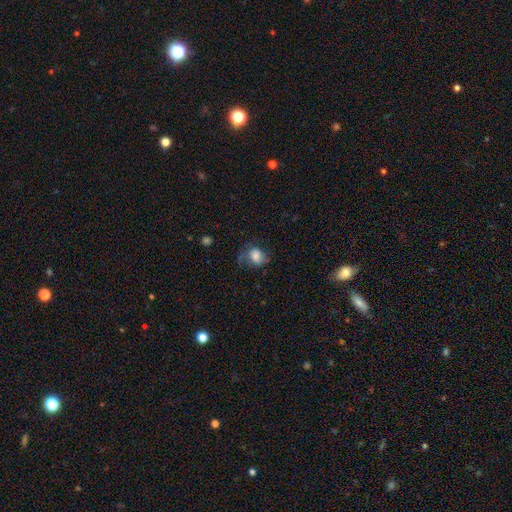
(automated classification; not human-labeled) Overall: smooth (61%; featured or disk 29%). How rounded: in between (51%; round 48%). Merging: none (43%; major disturbance 27%).